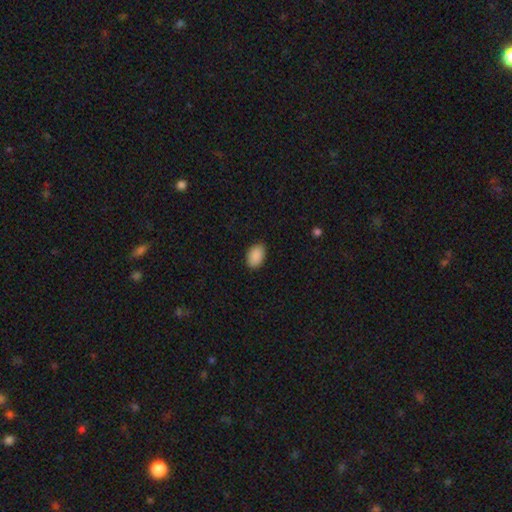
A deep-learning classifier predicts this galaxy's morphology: Overall: smooth (90%). How rounded: in between (89%). Merging: none (87%).